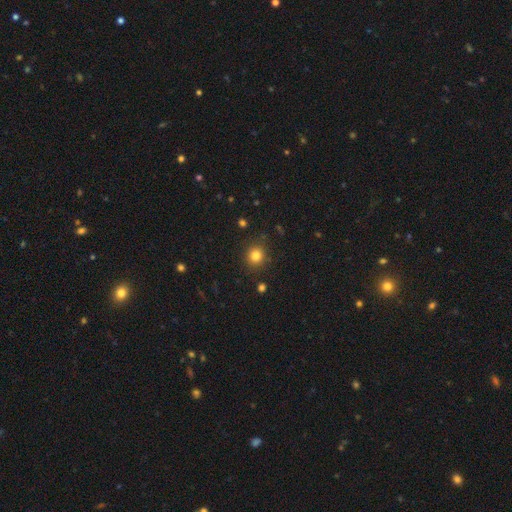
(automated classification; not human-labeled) Smooth or featured?
  - smooth: 81% *
  - star or artifact: 13%
  - featured or disk: 6%
How rounded?
  - round: 87% *
  - in between: 12%
  - cigar-shaped: 1%
Merging?
  - none: 88% *
  - minor disturbance: 7%
  - major disturbance: 3%
  - merger: 2%